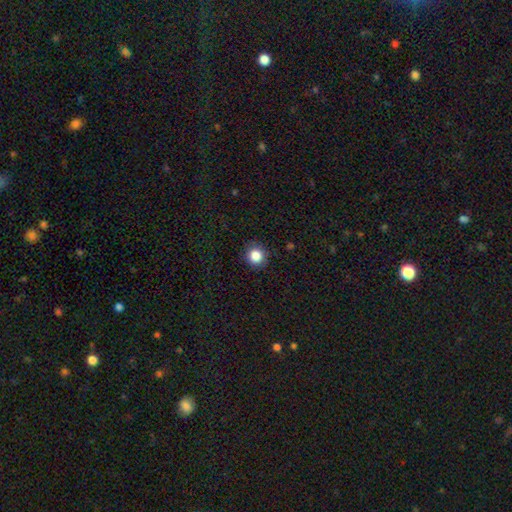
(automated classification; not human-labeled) This is clearly a smooth galaxy (85%). How rounded: clearly round (89%). Merging: clearly none (88%).